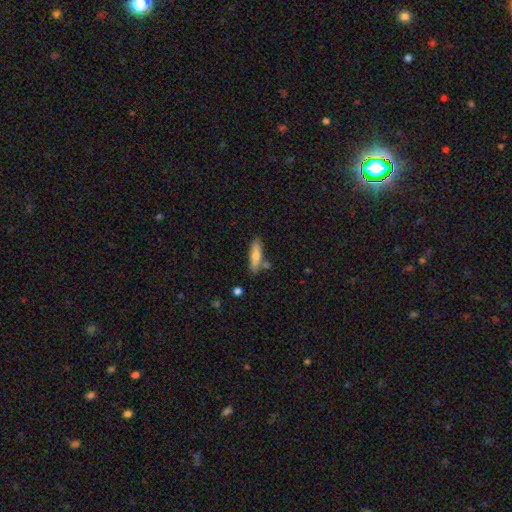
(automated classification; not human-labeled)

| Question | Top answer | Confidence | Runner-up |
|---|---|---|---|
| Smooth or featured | smooth | 69% | featured or disk (25%) |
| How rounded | cigar-shaped | 67% | in between (31%) |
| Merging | none | 73% | minor disturbance (15%) |